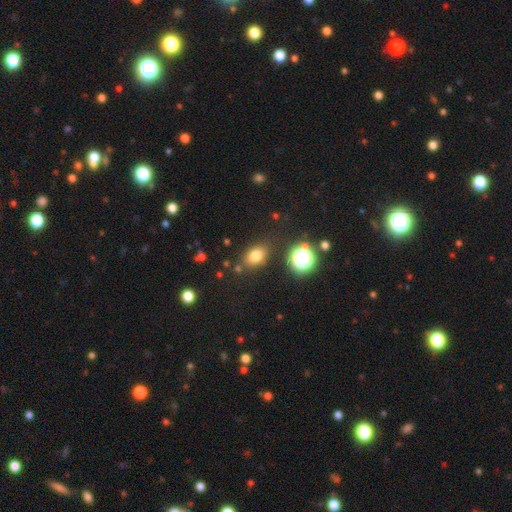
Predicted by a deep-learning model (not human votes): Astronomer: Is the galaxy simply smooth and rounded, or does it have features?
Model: smooth — 74%.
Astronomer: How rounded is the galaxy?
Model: in between — 72%.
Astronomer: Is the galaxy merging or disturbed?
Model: none — 80%.